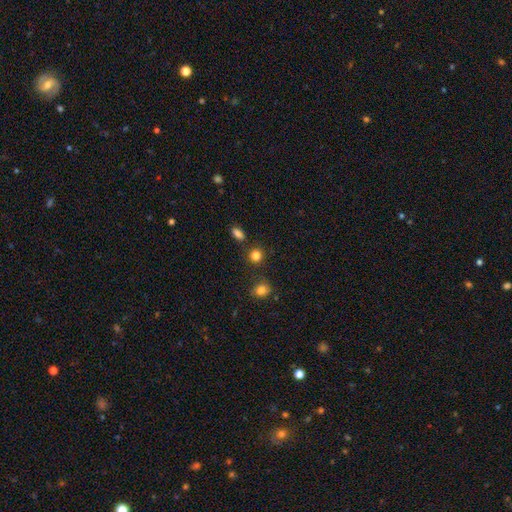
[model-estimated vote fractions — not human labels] Smooth or featured?
  - smooth: 82% *
  - star or artifact: 13%
  - featured or disk: 4%
How rounded?
  - round: 86% *
  - in between: 13%
  - cigar-shaped: 1%
Merging?
  - none: 83% *
  - minor disturbance: 9%
  - merger: 6%
  - major disturbance: 3%